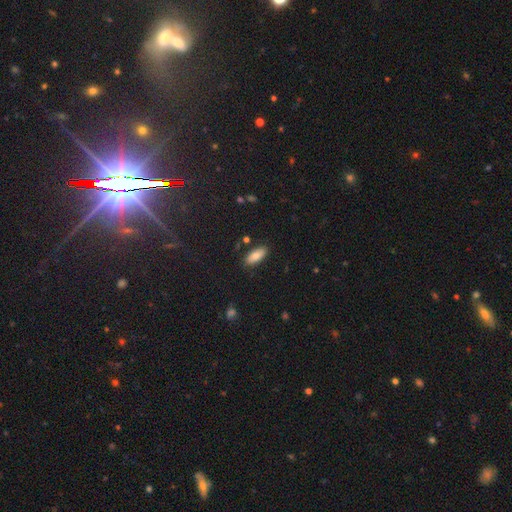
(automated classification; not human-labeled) Overall: smooth (81%). How rounded: in between (82%). Merging: none (86%).